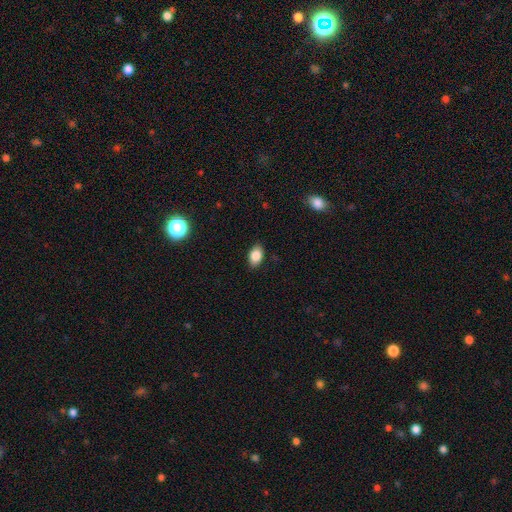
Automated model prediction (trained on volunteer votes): smooth-or-featured: smooth: 85% | star or artifact: 9% | featured or disk: 6%
  how-rounded: in between: 88% | round: 10% | cigar-shaped: 1%
  merging: none: 86% | minor disturbance: 10% | major disturbance: 2% | merger: 1%